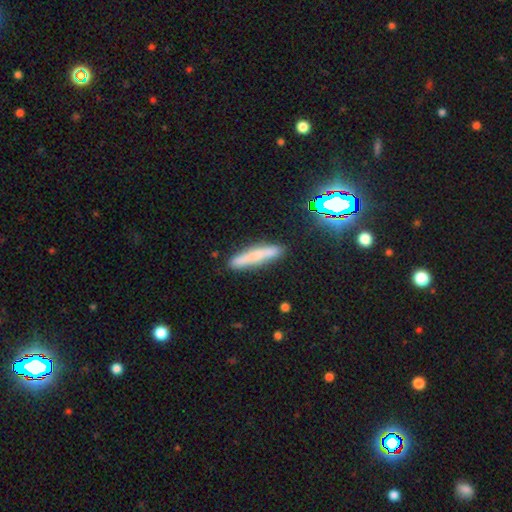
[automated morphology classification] Smooth or featured: smooth — 63% (featured or disk — 23%)
How rounded: cigar-shaped — 90% (in between — 8%)
Merging: none — 81% (minor disturbance — 12%)